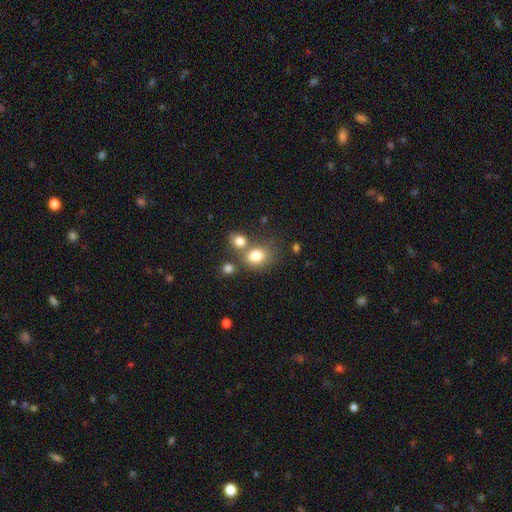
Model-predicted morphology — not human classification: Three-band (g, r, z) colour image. It shows a smooth galaxy with no disk features (80%) that is in between round and cigar-shaped (51%). Merging: none (48%).